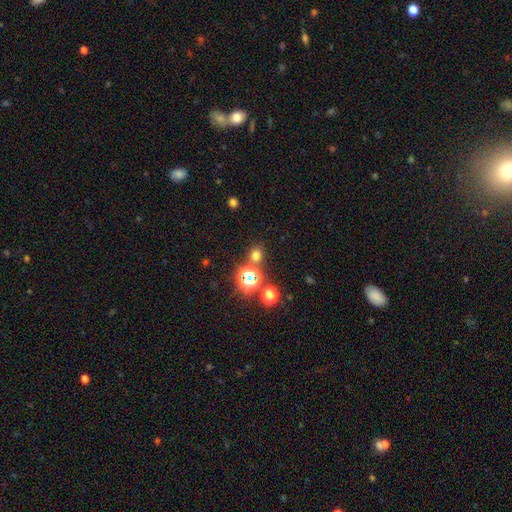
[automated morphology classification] smooth 64%, star or artifact 30%, featured or disk 6%. Down the decision tree: how rounded — round (86%); merging — none (79%).